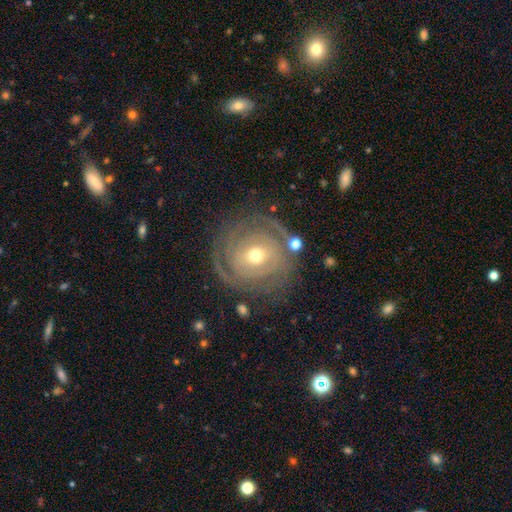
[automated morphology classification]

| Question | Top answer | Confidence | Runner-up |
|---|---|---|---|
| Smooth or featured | featured or disk | 78% | smooth (16%) |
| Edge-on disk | no | 96% | yes (4%) |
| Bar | no | 67% | weak (24%) |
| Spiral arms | yes | 82% | no (18%) |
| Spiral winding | tight | 77% | medium (17%) |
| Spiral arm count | can't tell | 37% | 2 (29%) |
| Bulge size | moderate | 54% | small (42%) |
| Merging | none | 75% | minor disturbance (14%) |